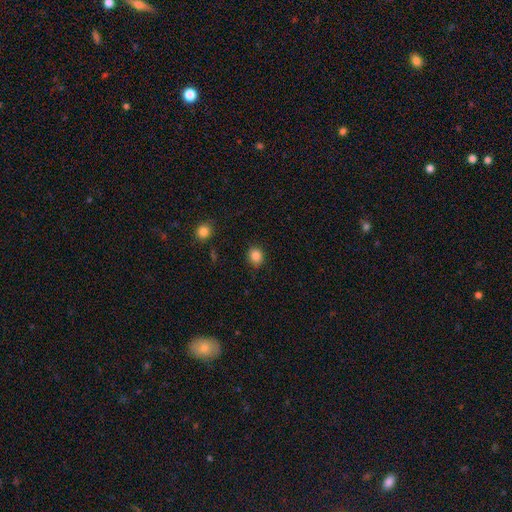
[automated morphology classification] type=smooth (86%); roundness=round (70%); merging=none (85%).